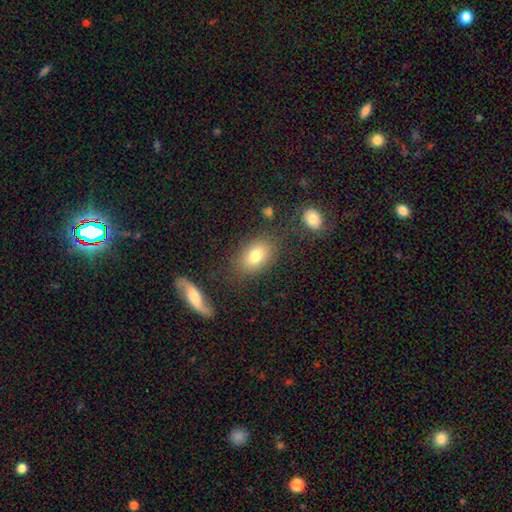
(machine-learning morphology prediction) smooth 79%, featured or disk 12%, star or artifact 9%. Down the decision tree: how rounded — in between (76%); merging — none (78%).